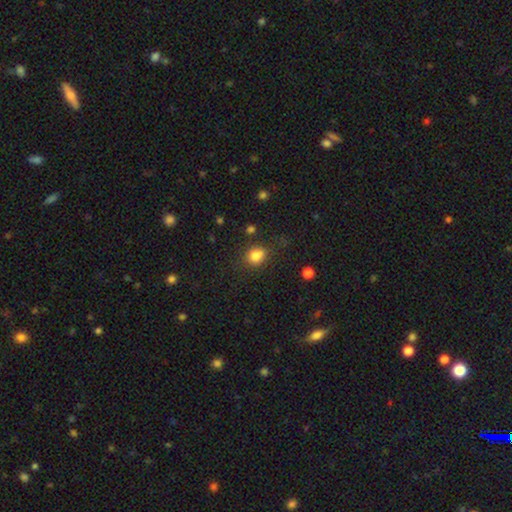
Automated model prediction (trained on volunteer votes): Smooth or featured? smooth (81%)
How rounded? round (58%)
Merging? none (63%)